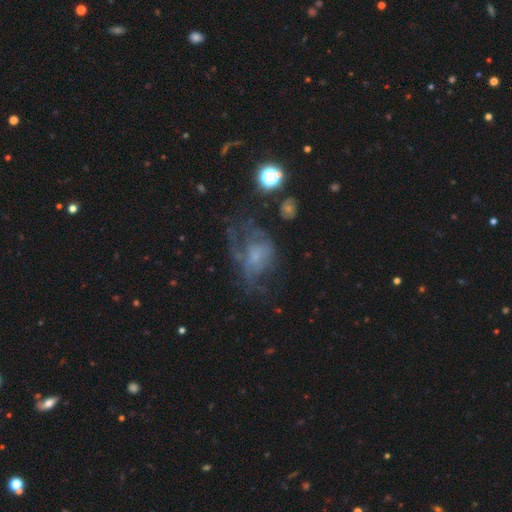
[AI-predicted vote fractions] Q: Smooth or featured?
A: featured or disk (55%); runner-up: smooth (27%)
Q: Edge-on disk?
A: no (97%); runner-up: yes (3%)
Q: Bar?
A: no (81%); runner-up: weak (16%)
Q: Spiral arms?
A: no (61%); runner-up: yes (39%)
Q: Bulge size?
A: small (50%); runner-up: none (32%)
Q: Merging?
A: major disturbance (46%); runner-up: none (31%)